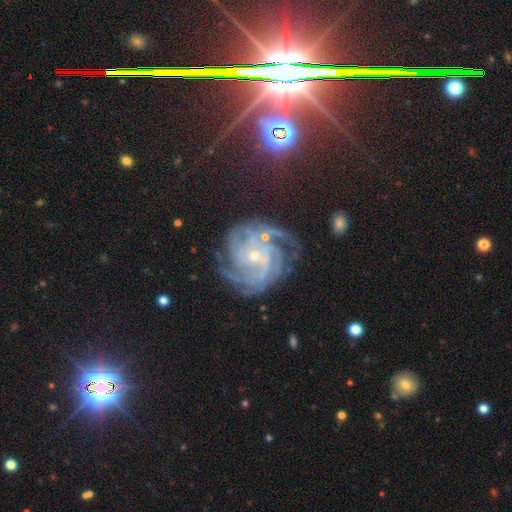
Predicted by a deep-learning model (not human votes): Q: Smooth or featured?
A: featured or disk (88%); runner-up: star or artifact (8%)
Q: Edge-on disk?
A: no (98%); runner-up: yes (2%)
Q: Bar?
A: no (63%); runner-up: weak (28%)
Q: Spiral arms?
A: yes (98%); runner-up: no (2%)
Q: Spiral winding?
A: tight (64%); runner-up: medium (30%)
Q: Spiral arm count?
A: 3 (25%); runner-up: 4 (22%)
Q: Bulge size?
A: small (76%); runner-up: moderate (20%)
Q: Merging?
A: none (69%); runner-up: minor disturbance (18%)